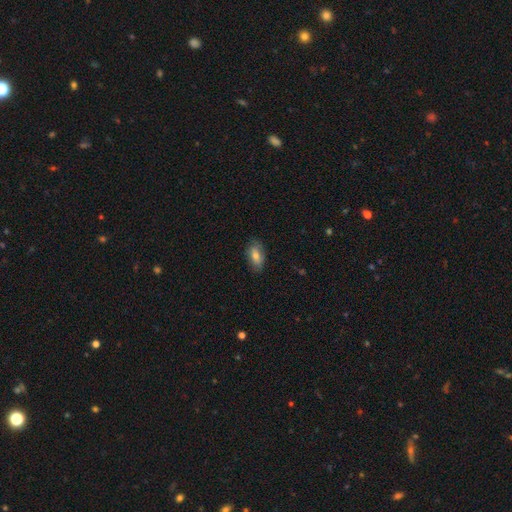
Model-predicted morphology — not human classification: This is likely a smooth galaxy (70%). How rounded: clearly in between (90%). Merging: likely none (78%).